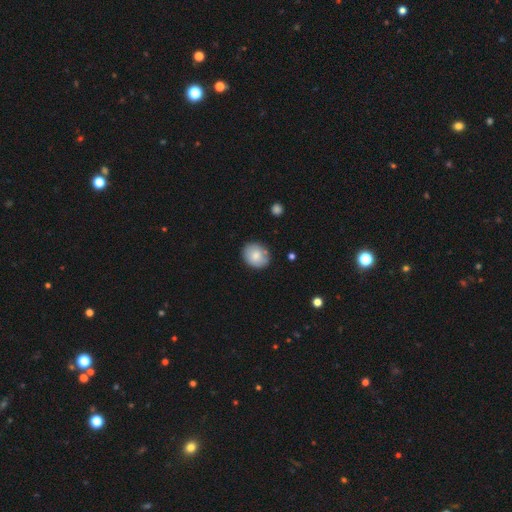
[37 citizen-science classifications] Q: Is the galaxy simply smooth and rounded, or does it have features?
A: smooth — 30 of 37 (81%).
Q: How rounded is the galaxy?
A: in between — 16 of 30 (53%).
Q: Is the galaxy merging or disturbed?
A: none — 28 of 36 (78%).